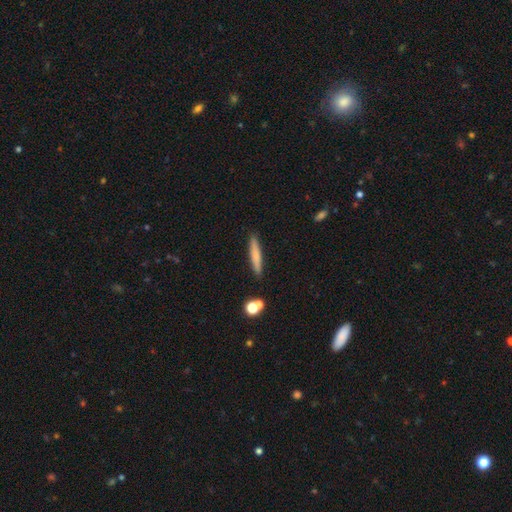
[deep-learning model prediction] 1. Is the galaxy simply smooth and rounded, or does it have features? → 71% smooth, 21% featured or disk, 8% star or artifact.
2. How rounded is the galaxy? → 92% cigar-shaped, 7% in between, 2% round.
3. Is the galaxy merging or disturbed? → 87% none, 8% minor disturbance, 3% merger, 2% major disturbance.